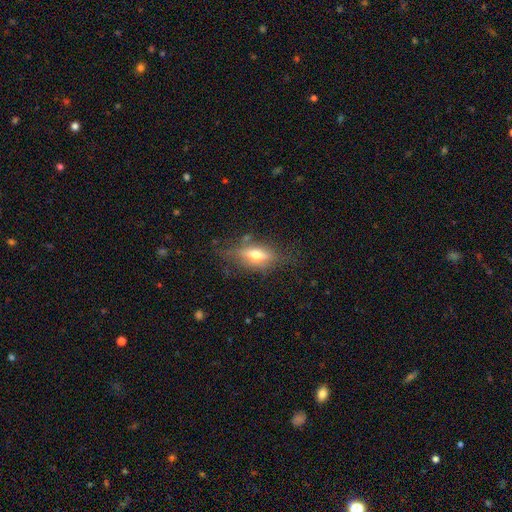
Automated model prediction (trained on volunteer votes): Q: Smooth or featured?
A: featured or disk (49%); runner-up: smooth (42%)
Q: Merging?
A: none (70%); runner-up: minor disturbance (19%)